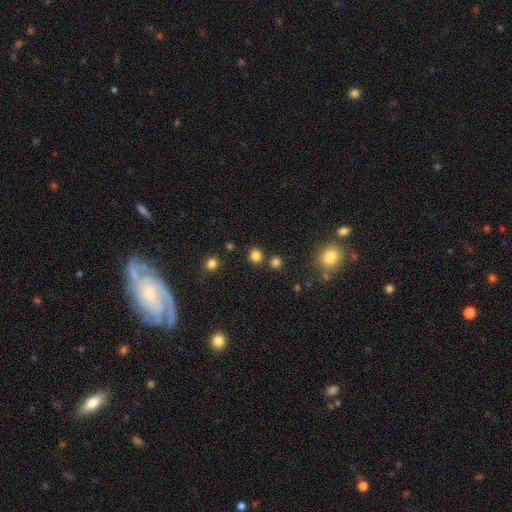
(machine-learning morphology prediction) This is clearly a smooth galaxy (81%). How rounded: clearly round (85%). Merging: clearly none (82%).